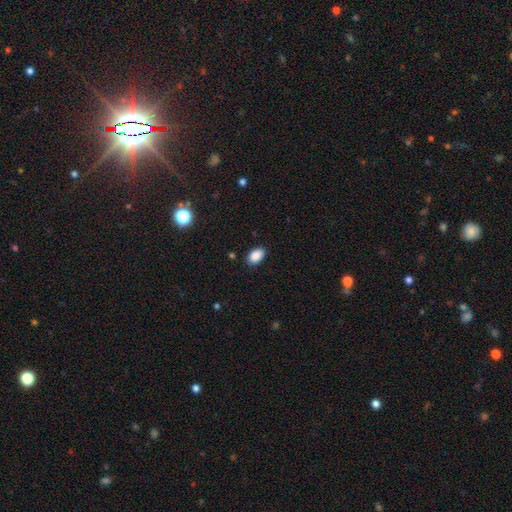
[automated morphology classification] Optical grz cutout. It shows a smooth galaxy with no disk features (89%) that is in between round and cigar-shaped (90%). Merging: none (87%).